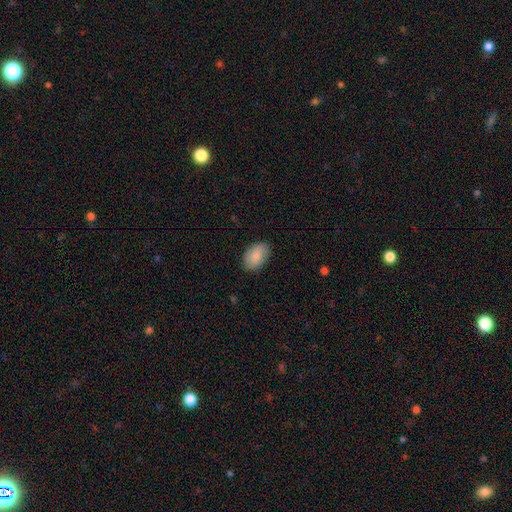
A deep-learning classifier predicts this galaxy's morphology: smooth 87%, featured or disk 7%, star or artifact 6%. Down the decision tree: how rounded — in between (90%); merging — none (86%).